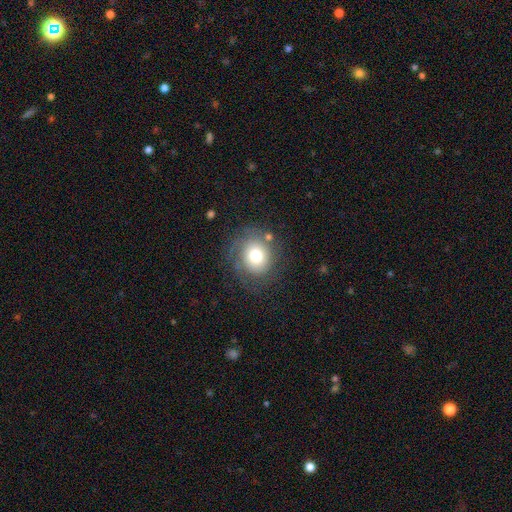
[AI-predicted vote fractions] This is possibly a smooth galaxy (56%). How rounded: likely round (80%). Merging: likely none (69%).